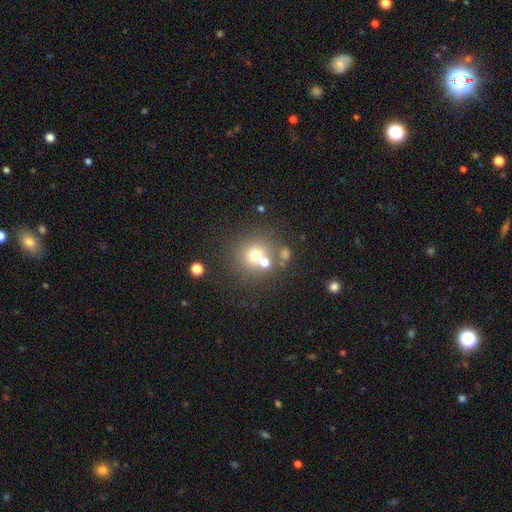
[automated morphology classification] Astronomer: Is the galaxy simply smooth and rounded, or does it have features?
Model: smooth — 66%.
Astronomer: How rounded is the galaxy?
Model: round — 91%.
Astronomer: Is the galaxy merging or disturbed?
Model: none — 61%.